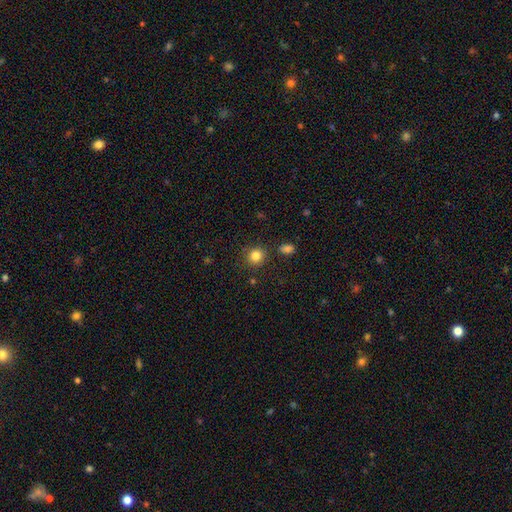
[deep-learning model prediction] Q: Smooth or featured?
A: smooth (83%); runner-up: star or artifact (11%)
Q: How rounded?
A: round (87%); runner-up: in between (12%)
Q: Merging?
A: none (85%); runner-up: minor disturbance (8%)